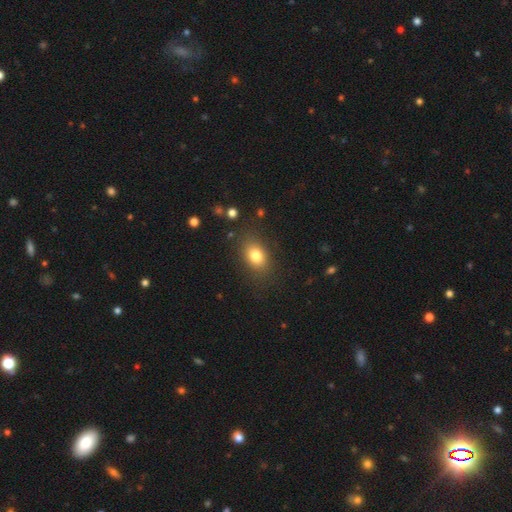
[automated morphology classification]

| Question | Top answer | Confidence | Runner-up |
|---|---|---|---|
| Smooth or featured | smooth | 80% | star or artifact (10%) |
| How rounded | in between | 72% | round (27%) |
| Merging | none | 82% | minor disturbance (12%) |